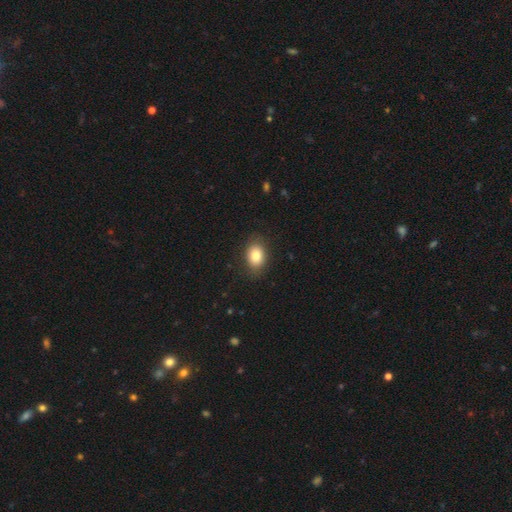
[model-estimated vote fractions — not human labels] Smooth or featured: smooth — 82% (featured or disk — 9%)
How rounded: in between — 73% (round — 26%)
Merging: none — 84% (minor disturbance — 11%)